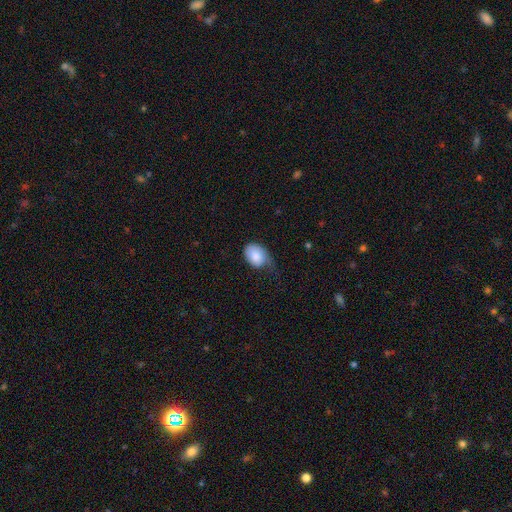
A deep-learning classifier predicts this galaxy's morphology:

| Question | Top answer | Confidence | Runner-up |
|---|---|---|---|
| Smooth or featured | smooth | 82% | featured or disk (11%) |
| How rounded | in between | 72% | round (27%) |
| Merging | minor disturbance | 39% | none (31%) |